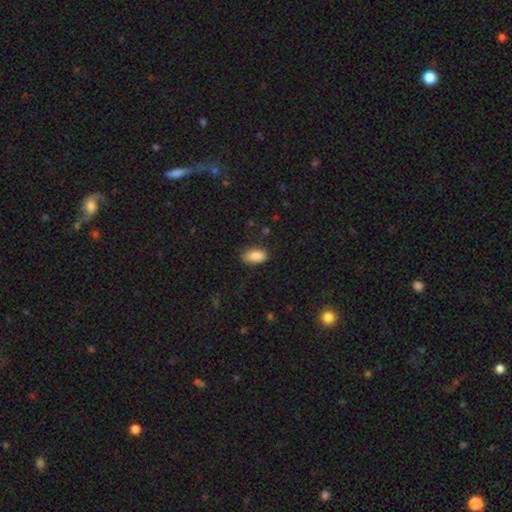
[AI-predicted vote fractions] This appears to be a smooth galaxy with no disk features (89%) that is in between round and cigar-shaped (93%). Merging: none (81%).